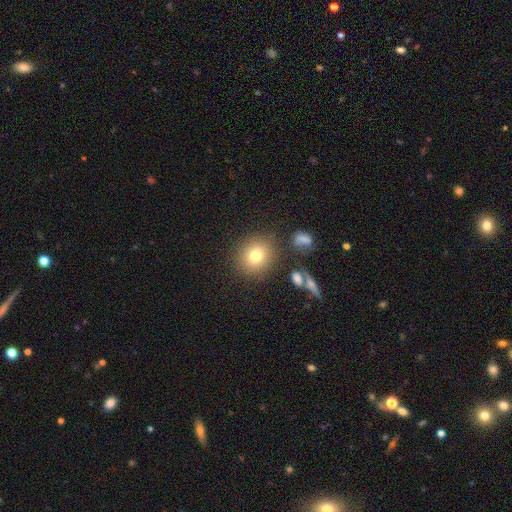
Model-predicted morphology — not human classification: smooth-or-featured: smooth: 76% | star or artifact: 13% | featured or disk: 11%
  how-rounded: round: 84% | in between: 15% | cigar-shaped: 1%
  merging: none: 83% | minor disturbance: 9% | merger: 4% | major disturbance: 4%